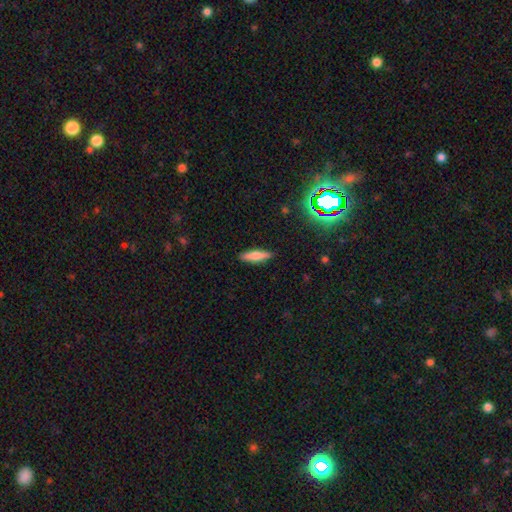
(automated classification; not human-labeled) Overall: smooth (70%). How rounded: cigar-shaped (72%). Merging: none (88%).